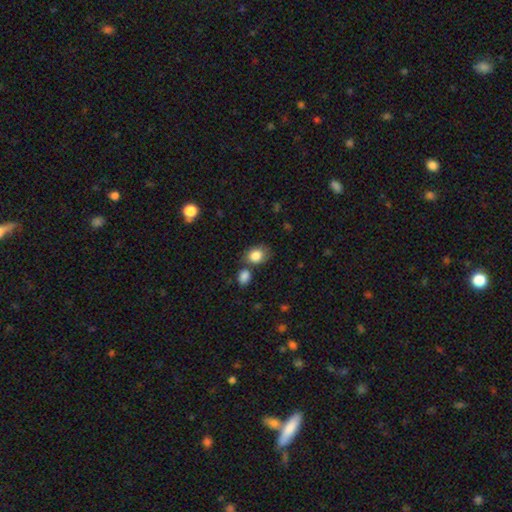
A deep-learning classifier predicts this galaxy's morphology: Smooth or featured? Predicted: smooth (p=0.84). How rounded? Predicted: in between (p=0.60). Merging? Predicted: none (p=0.62).